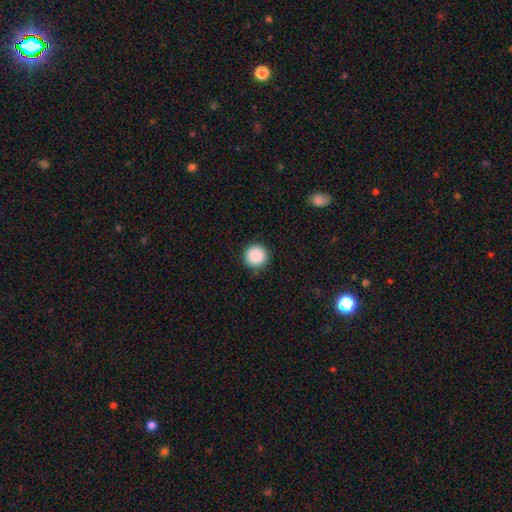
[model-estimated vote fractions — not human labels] Smooth or featured?
  - smooth: 89% *
  - star or artifact: 9%
  - featured or disk: 3%
How rounded?
  - round: 96% *
  - in between: 3%
  - cigar-shaped: 1%
Merging?
  - none: 92% *
  - minor disturbance: 6%
  - major disturbance: 2%
  - merger: 1%